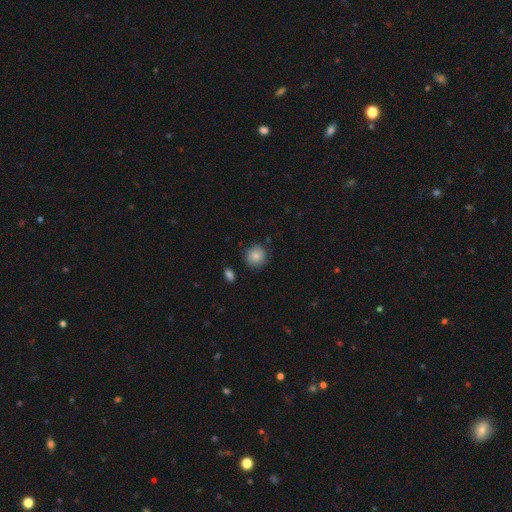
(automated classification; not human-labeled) Smooth or featured?
  - smooth: 86% *
  - star or artifact: 8%
  - featured or disk: 6%
How rounded?
  - round: 91% *
  - in between: 8%
  - cigar-shaped: 1%
Merging?
  - none: 83% *
  - minor disturbance: 12%
  - major disturbance: 3%
  - merger: 2%